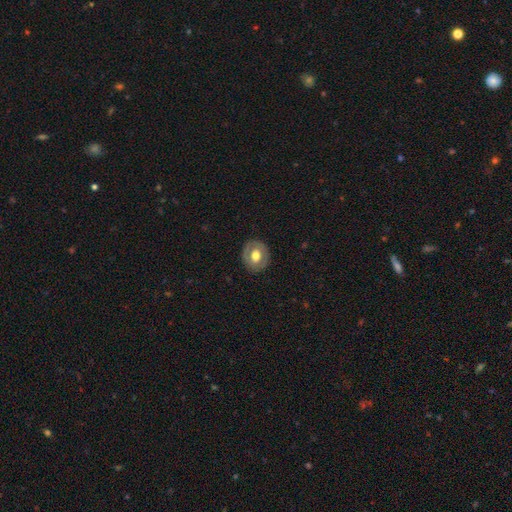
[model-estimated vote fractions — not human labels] Smooth or featured? Predicted: smooth (p=0.50). Merging? Predicted: none (p=0.85).